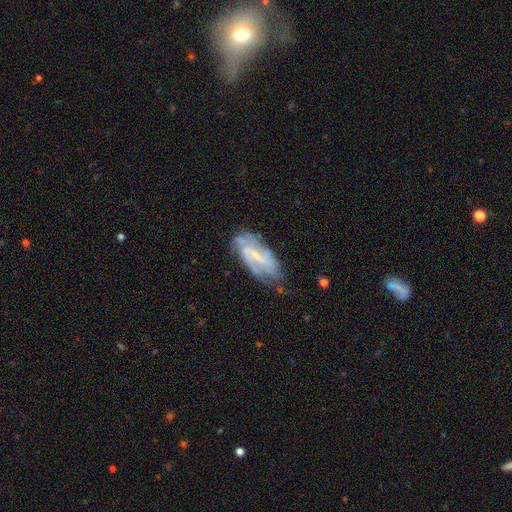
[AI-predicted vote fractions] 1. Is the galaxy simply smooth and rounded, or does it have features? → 78% featured or disk, 15% smooth, 7% star or artifact.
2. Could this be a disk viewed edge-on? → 93% no, 7% yes.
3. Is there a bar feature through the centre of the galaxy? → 45% weak, 31% strong, 23% no.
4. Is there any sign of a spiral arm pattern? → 90% yes, 10% no.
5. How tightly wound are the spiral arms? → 42% medium, 39% tight, 19% loose.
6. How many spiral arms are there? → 45% 2, 29% can't tell, 14% 3, 6% 4, 4% 1, 3% more than 4.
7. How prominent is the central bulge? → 67% small, 21% moderate, 10% none, 1% large, 1% dominant.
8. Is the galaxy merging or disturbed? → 58% none, 28% minor disturbance, 12% major disturbance, 3% merger.